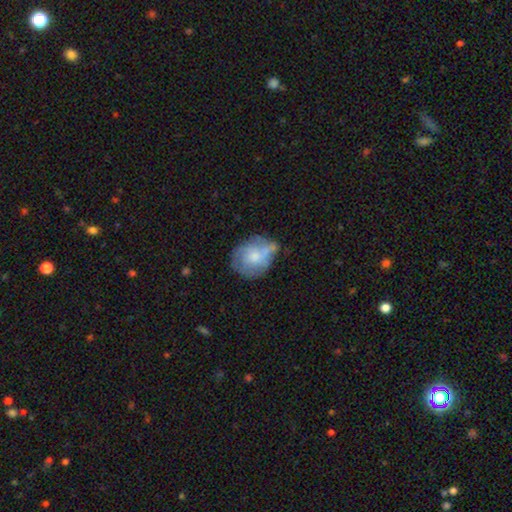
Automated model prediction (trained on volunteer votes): smooth-or-featured: smooth: 49% | featured or disk: 44% | star or artifact: 7%
  merging: none: 48% | minor disturbance: 32% | major disturbance: 14% | merger: 6%